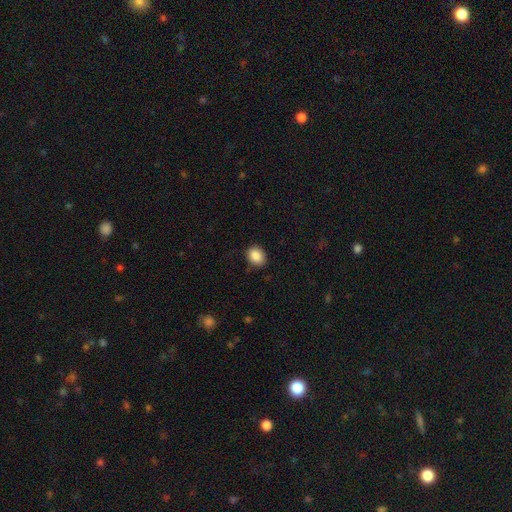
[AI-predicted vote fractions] Q: Smooth or featured?
A: smooth (88%); runner-up: star or artifact (8%)
Q: How rounded?
A: in between (51%); runner-up: round (48%)
Q: Merging?
A: none (84%); runner-up: minor disturbance (12%)